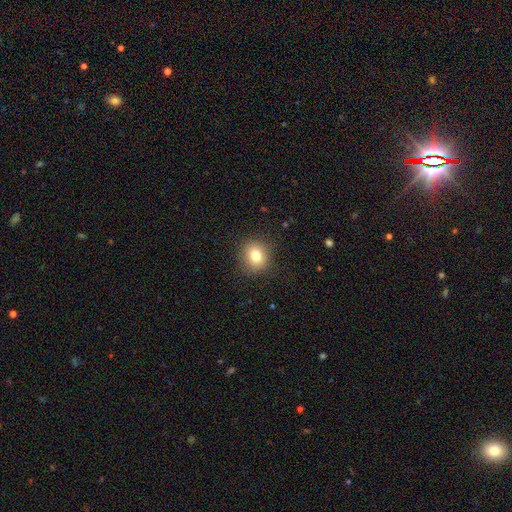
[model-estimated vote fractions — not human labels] This appears to be a smooth galaxy with no disk features (78%) that is round (81%). Merging: none (88%).